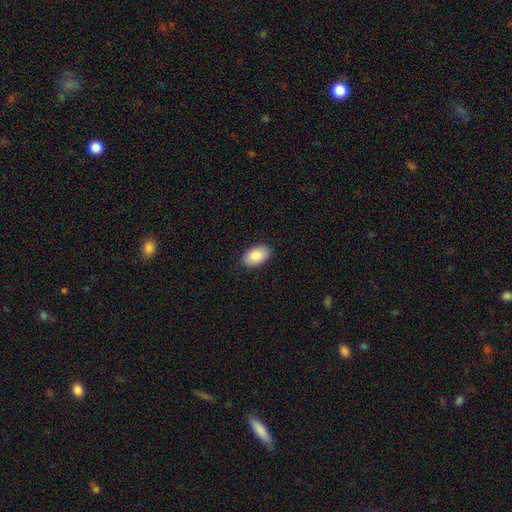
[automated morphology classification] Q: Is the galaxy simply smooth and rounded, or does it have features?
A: smooth — 87%.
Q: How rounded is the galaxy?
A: in between — 94%.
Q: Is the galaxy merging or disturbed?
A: none — 89%.